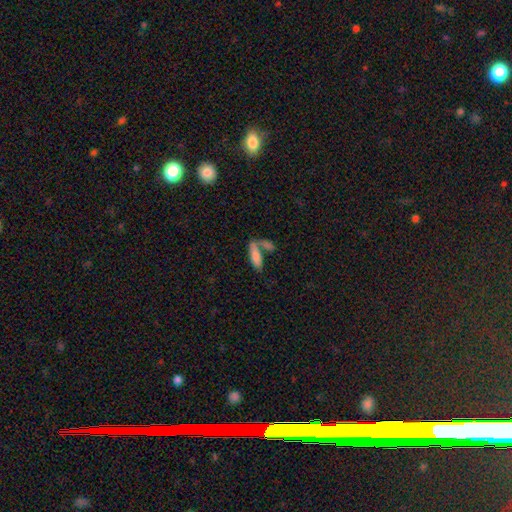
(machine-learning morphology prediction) Smooth or featured?
  - smooth: 77% *
  - featured or disk: 16%
  - star or artifact: 7%
How rounded?
  - in between: 52% *
  - cigar-shaped: 46%
  - round: 2%
Merging?
  - merger: 44% *
  - none: 40%
  - minor disturbance: 11%
  - major disturbance: 6%